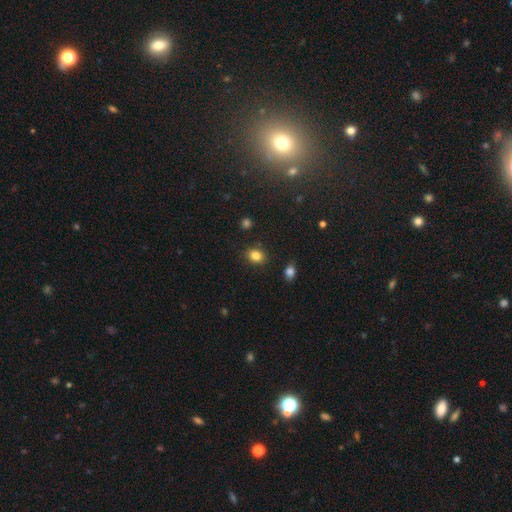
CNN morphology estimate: Smooth or featured? Predicted: smooth (p=0.84). How rounded? Predicted: in between (p=0.54). Merging? Predicted: none (p=0.86).